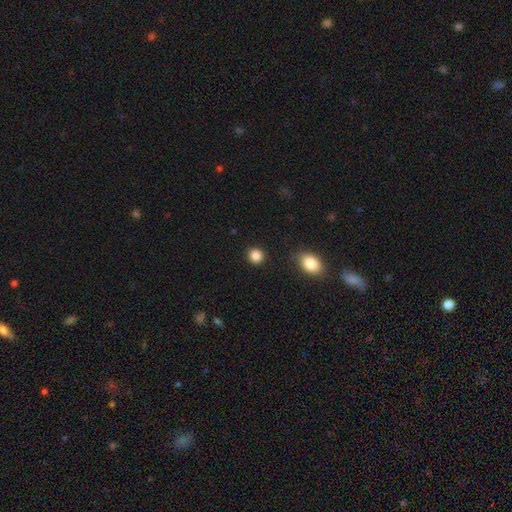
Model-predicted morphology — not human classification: Smooth or featured: smooth — 86% (star or artifact — 10%)
How rounded: round — 87% (in between — 12%)
Merging: none — 89% (minor disturbance — 7%)